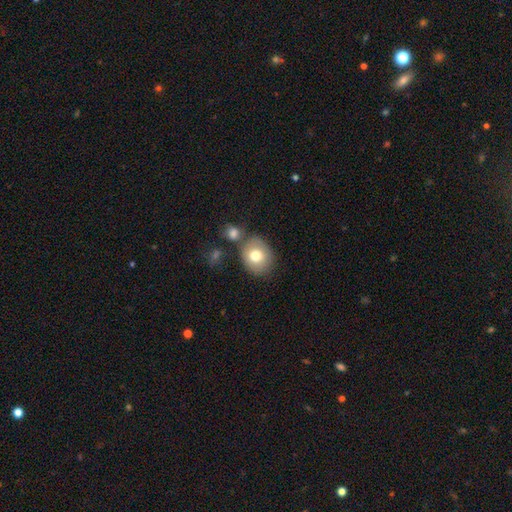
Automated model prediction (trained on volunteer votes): This is likely a smooth galaxy (76%). How rounded: likely round (66%). Merging: likely none (66%).